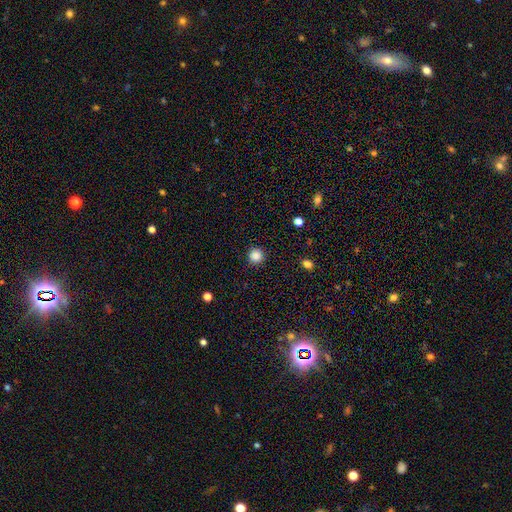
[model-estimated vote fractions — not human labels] A smooth galaxy with no disk features (86%) that is round (95%). Merging: none (91%).